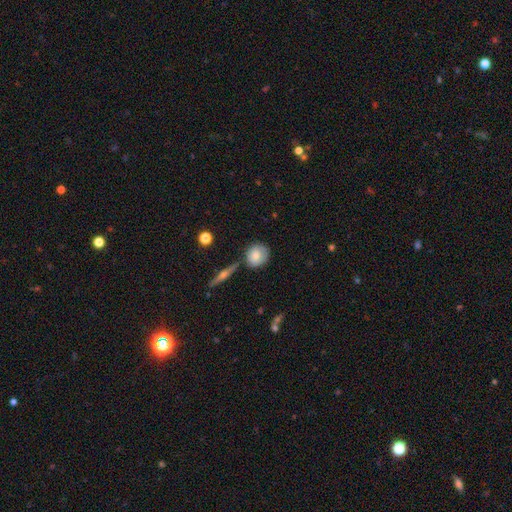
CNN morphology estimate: This appears to be a smooth galaxy with no disk features (70%) that is round (79%). Merging: none (70%).